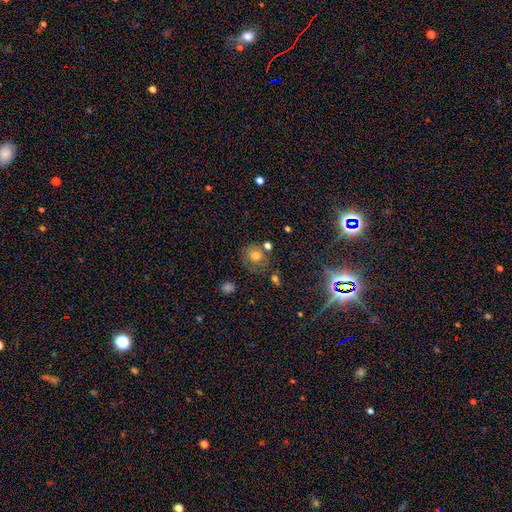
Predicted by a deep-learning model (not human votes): This is possibly a smooth galaxy (56%). How rounded: likely round (73%). Merging: likely none (61%).